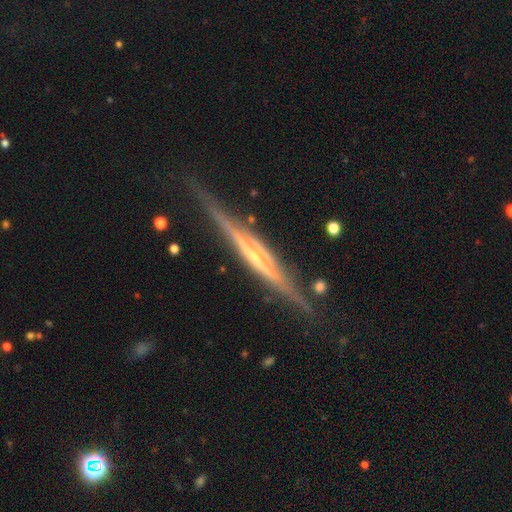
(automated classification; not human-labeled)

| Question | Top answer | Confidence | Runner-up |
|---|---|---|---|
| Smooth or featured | featured or disk | 86% | smooth (8%) |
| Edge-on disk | yes | 97% | no (3%) |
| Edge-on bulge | rounded | 59% | none (24%) |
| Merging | none | 84% | minor disturbance (12%) |